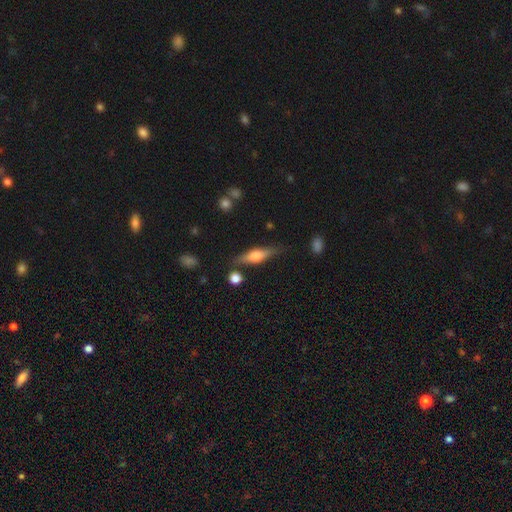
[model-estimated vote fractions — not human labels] Smooth or featured? Predicted: featured or disk (p=0.56). Edge-on disk? Predicted: yes (p=0.94). Edge-on bulge? Predicted: rounded (p=0.87). Merging? Predicted: none (p=0.79).